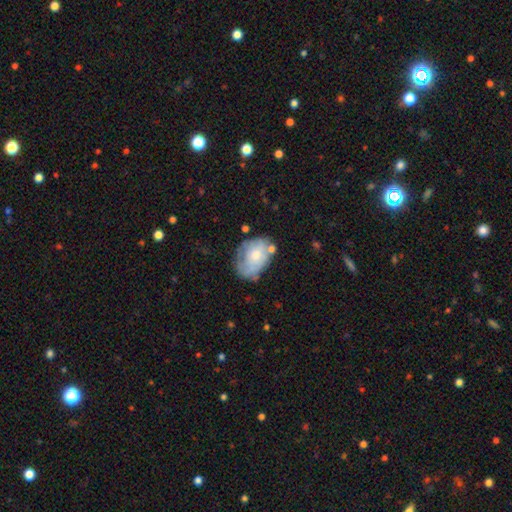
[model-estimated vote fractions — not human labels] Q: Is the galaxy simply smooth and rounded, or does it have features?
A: smooth — 52%.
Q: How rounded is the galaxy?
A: in between — 76%.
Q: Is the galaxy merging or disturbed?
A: none — 48%.